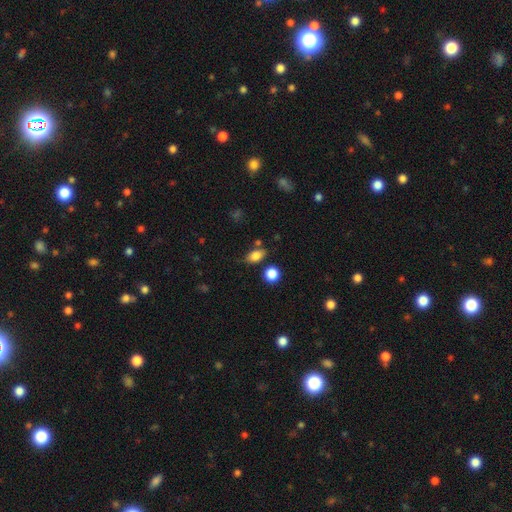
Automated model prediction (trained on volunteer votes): Smooth or featured?
  - smooth: 82% *
  - star or artifact: 10%
  - featured or disk: 8%
How rounded?
  - in between: 79% *
  - round: 17%
  - cigar-shaped: 4%
Merging?
  - none: 73% *
  - minor disturbance: 16%
  - merger: 7%
  - major disturbance: 4%